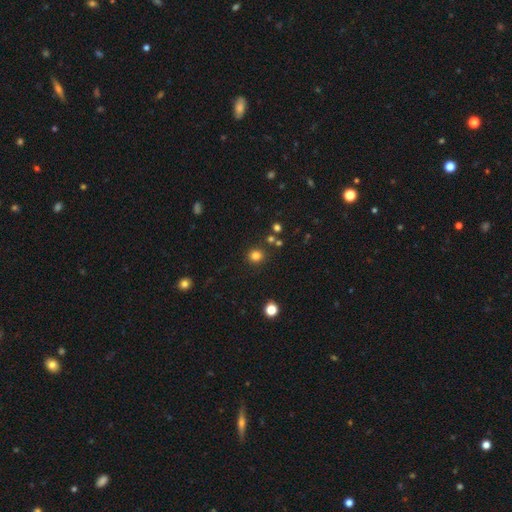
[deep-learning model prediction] A smooth galaxy with no disk features (81%) that is round (89%).

Vote fractions:
- Smooth or featured? smooth: 81% / star or artifact: 15% / featured or disk: 5%
- How rounded? round: 89% / in between: 10% / cigar-shaped: 1%
- Merging? none: 87% / minor disturbance: 7% / merger: 4% / major disturbance: 2%